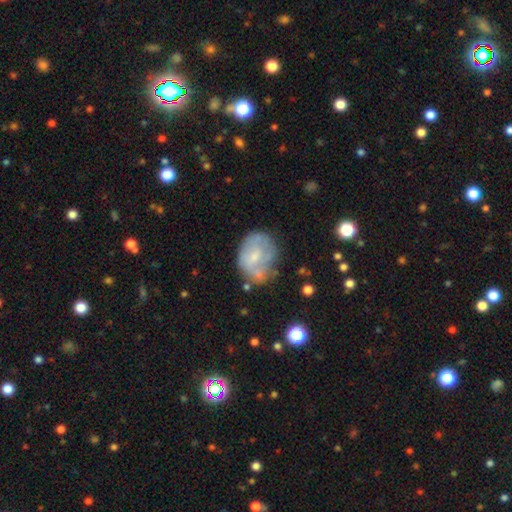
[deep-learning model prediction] smooth_or_featured: featured or disk (p=0.50) [alt: smooth p=0.41]
disk_edge_on: no (p=0.97) [alt: yes p=0.03]
merging: none (p=0.45) [alt: minor disturbance p=0.30]